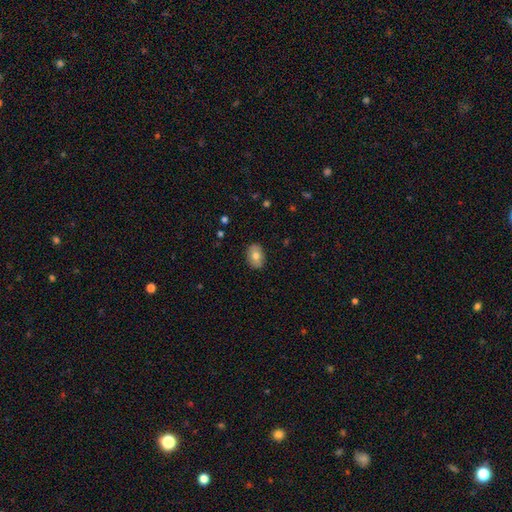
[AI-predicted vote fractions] smooth-or-featured: smooth: 75% | featured or disk: 18% | star or artifact: 7%
  how-rounded: in between: 80% | round: 19% | cigar-shaped: 1%
  merging: none: 87% | minor disturbance: 10% | major disturbance: 2% | merger: 1%